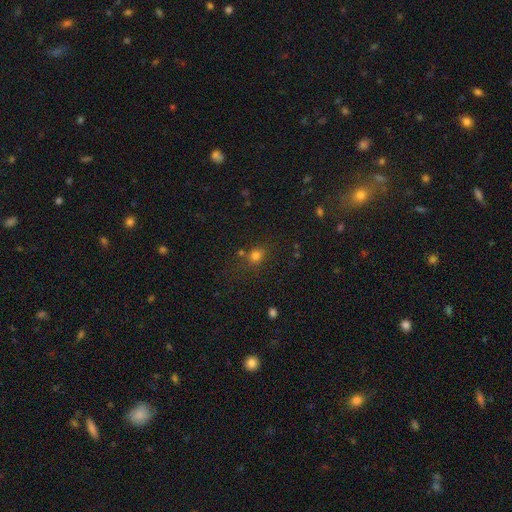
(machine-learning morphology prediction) Overall: smooth (75%). How rounded: round (72%). Merging: none (69%).